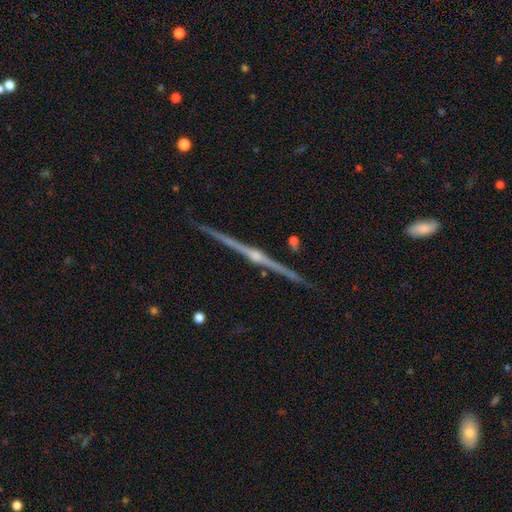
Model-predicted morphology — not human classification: A featured or disk galaxy (90%) viewed edge-on (99%) with a rounded central bulge (88%).

Vote fractions:
- Smooth or featured? featured or disk: 90% / star or artifact: 5% / smooth: 5%
- Edge-on disk? yes: 99% / no: 1%
- Edge-on bulge? rounded: 88% / none: 7% / boxy: 5%
- Merging? none: 92% / minor disturbance: 5% / merger: 1% / major disturbance: 1%